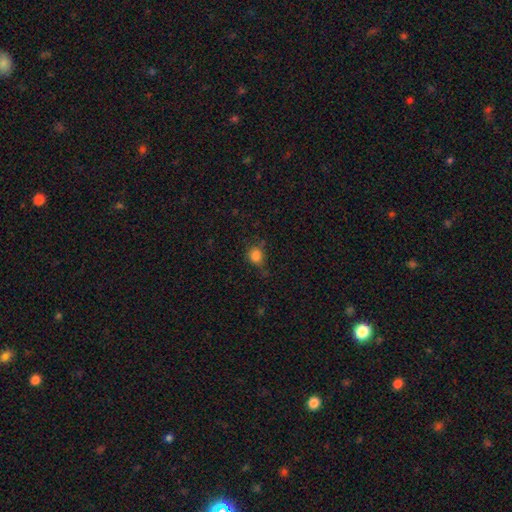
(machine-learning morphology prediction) This is clearly a smooth galaxy (82%). How rounded: likely round (72%). Merging: likely none (62%).